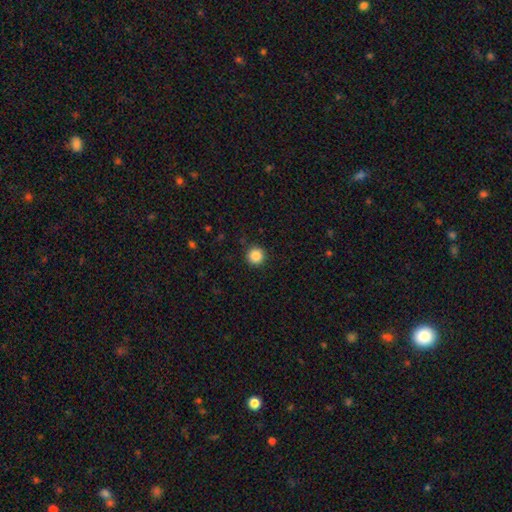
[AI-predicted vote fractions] A smooth galaxy with no disk features (87%) that is round (96%). Merging: none (92%).